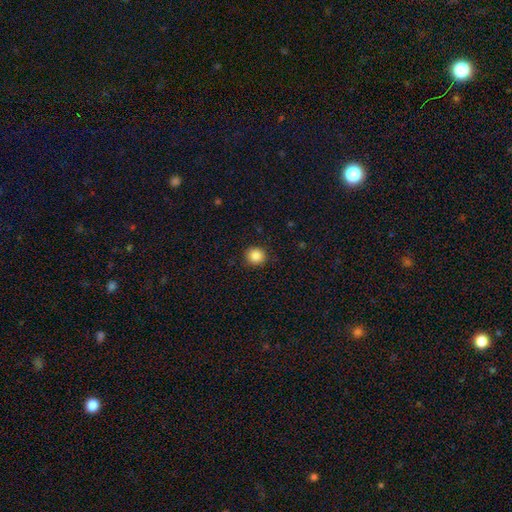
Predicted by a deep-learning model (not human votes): A smooth galaxy with no disk features (87%) that is round (89%). Merging: none (91%).